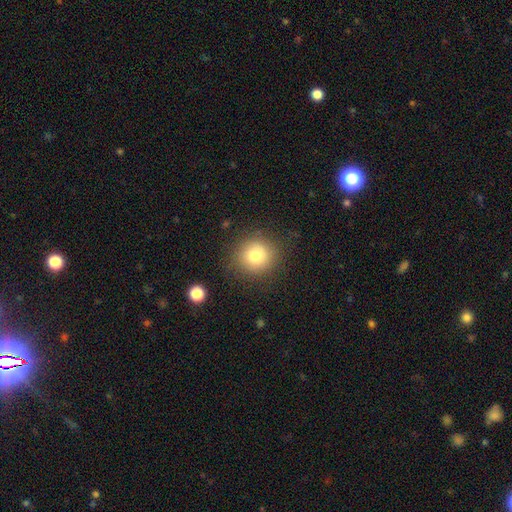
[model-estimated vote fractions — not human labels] Smooth or featured: smooth — 78% (star or artifact — 12%)
How rounded: round — 90% (in between — 9%)
Merging: none — 85% (minor disturbance — 9%)